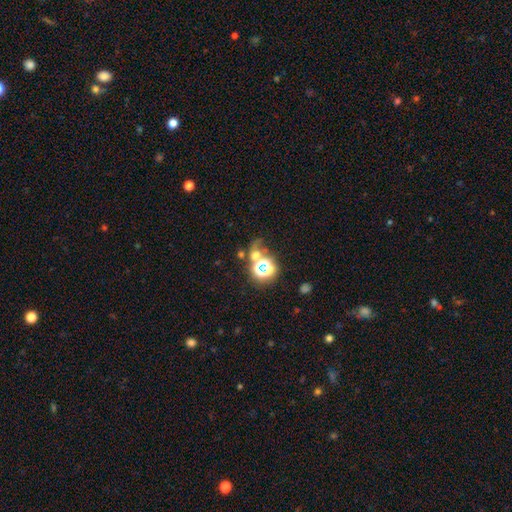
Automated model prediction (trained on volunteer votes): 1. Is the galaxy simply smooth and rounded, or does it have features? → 47% star or artifact, 38% smooth, 15% featured or disk.